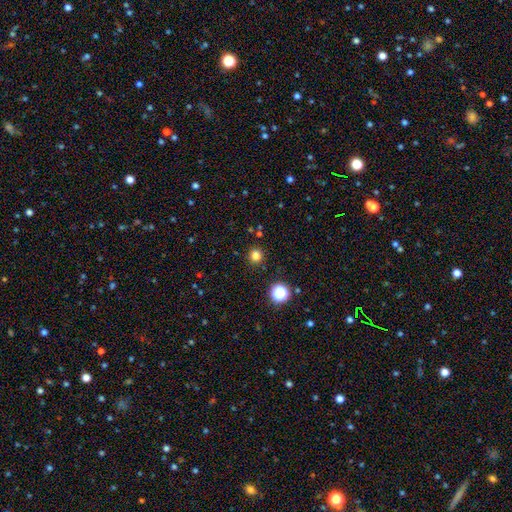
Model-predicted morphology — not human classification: smooth_or_featured: smooth (p=0.80) [alt: star or artifact p=0.16]
how_rounded: round (p=0.91) [alt: in between p=0.08]
merging: none (p=0.90) [alt: minor disturbance p=0.06]